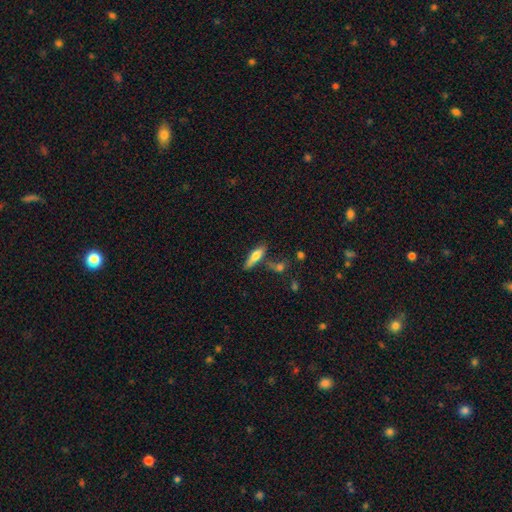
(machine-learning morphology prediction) smooth-or-featured: smooth: 65% | featured or disk: 28% | star or artifact: 7%
  how-rounded: cigar-shaped: 62% | in between: 36% | round: 2%
  merging: none: 61% | minor disturbance: 19% | merger: 14% | major disturbance: 6%